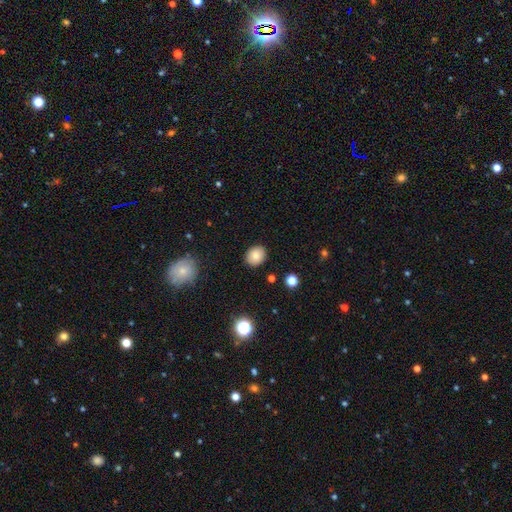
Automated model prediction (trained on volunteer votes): smooth 82%, star or artifact 10%, featured or disk 8%. Down the decision tree: how rounded — round (60%); merging — none (89%).